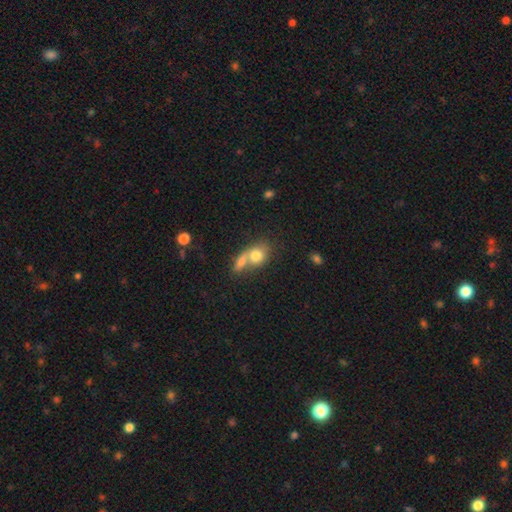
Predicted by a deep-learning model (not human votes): The model was most divided on "how rounded": round: 51%, in between: 46%, cigar-shaped: 3%. More confident: smooth or featured — smooth (77%); merging — merger (59%).